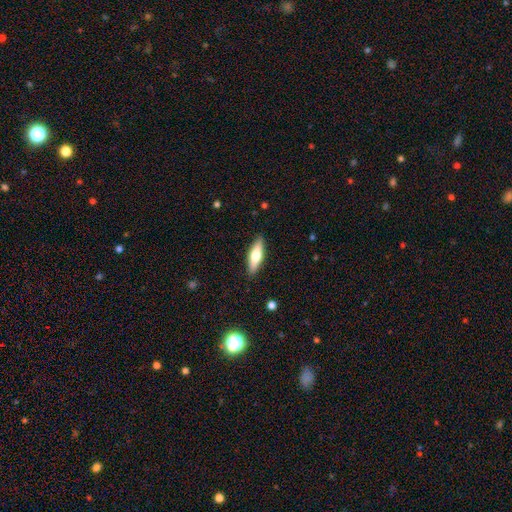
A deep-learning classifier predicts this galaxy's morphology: The model was most divided on "how rounded": cigar-shaped: 53%, in between: 45%, round: 2%. More confident: merging — none (89%); smooth or featured — smooth (54%).